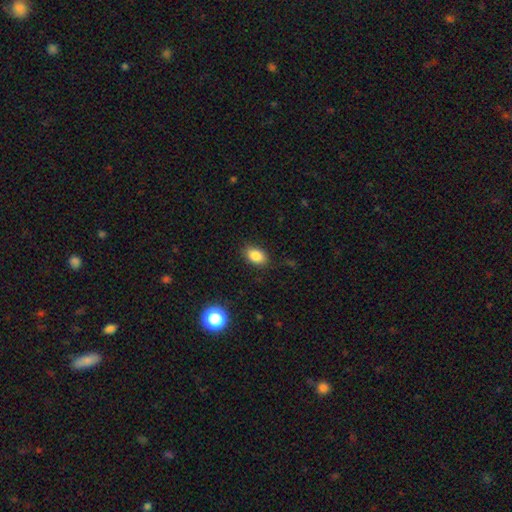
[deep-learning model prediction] Smooth or featured?
  - smooth: 85% *
  - star or artifact: 10%
  - featured or disk: 6%
How rounded?
  - in between: 84% *
  - round: 15%
  - cigar-shaped: 1%
Merging?
  - none: 85% *
  - minor disturbance: 11%
  - major disturbance: 3%
  - merger: 1%